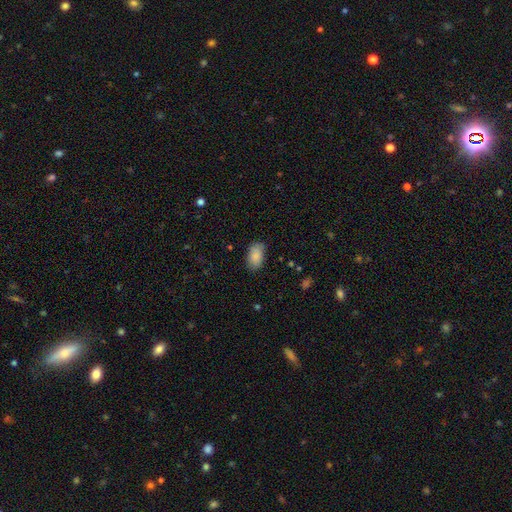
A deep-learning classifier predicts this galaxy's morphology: This appears to be a smooth galaxy with no disk features (87%) that is in between round and cigar-shaped (93%). Merging: none (76%).